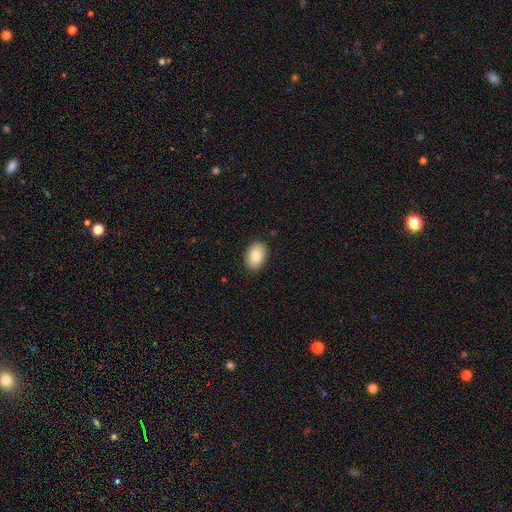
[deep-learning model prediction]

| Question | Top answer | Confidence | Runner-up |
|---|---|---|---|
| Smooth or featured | smooth | 83% | featured or disk (10%) |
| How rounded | in between | 87% | round (12%) |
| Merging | none | 88% | minor disturbance (9%) |